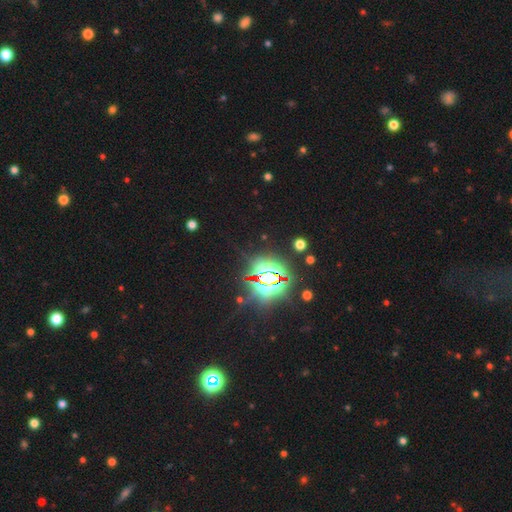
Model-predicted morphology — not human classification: Smooth or featured? star or artifact (85%)